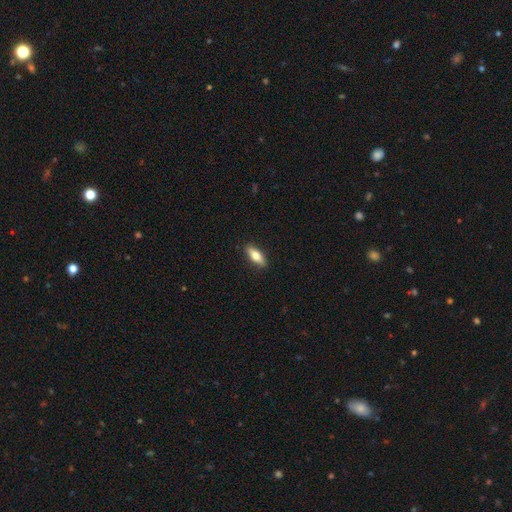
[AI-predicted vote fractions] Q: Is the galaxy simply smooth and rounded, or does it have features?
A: smooth — 76%.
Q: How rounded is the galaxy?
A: in between — 69%.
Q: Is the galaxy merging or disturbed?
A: none — 89%.